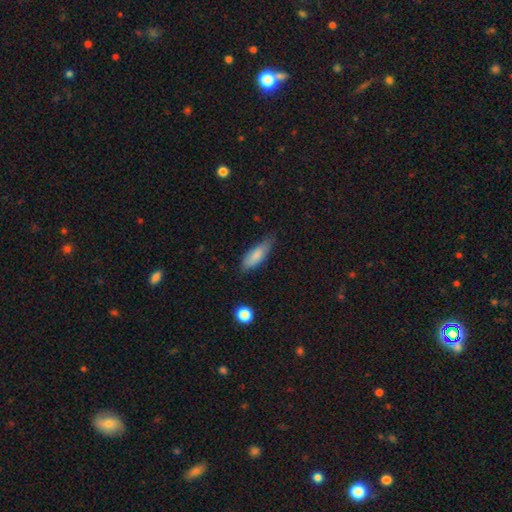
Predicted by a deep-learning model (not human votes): This is clearly a smooth galaxy (82%). How rounded: likely in between (61%). Merging: likely none (66%).